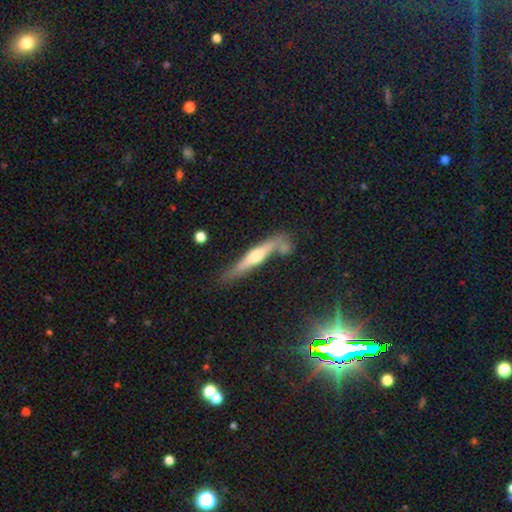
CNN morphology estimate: This is likely a featured or disk galaxy (64%). It is clearly viewed edge-on (93%). Edge-on bulge: likely rounded (77%). Merging: likely none (65%).